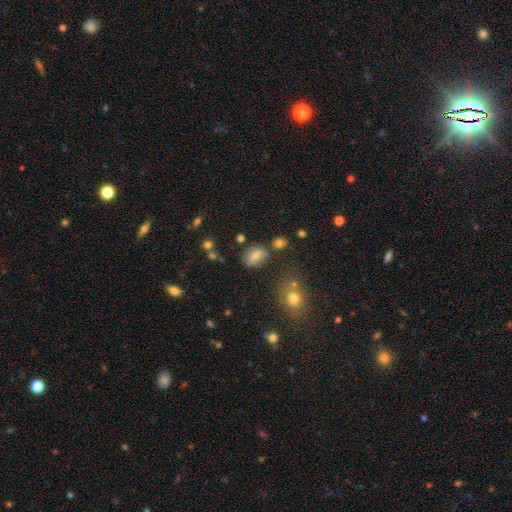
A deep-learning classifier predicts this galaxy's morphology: A smooth galaxy with no disk features (70%) that is in between round and cigar-shaped (70%).

Vote fractions:
- Smooth or featured? smooth: 70% / featured or disk: 17% / star or artifact: 13%
- How rounded? in between: 70% / round: 29% / cigar-shaped: 2%
- Merging? none: 68% / minor disturbance: 18% / merger: 8% / major disturbance: 6%